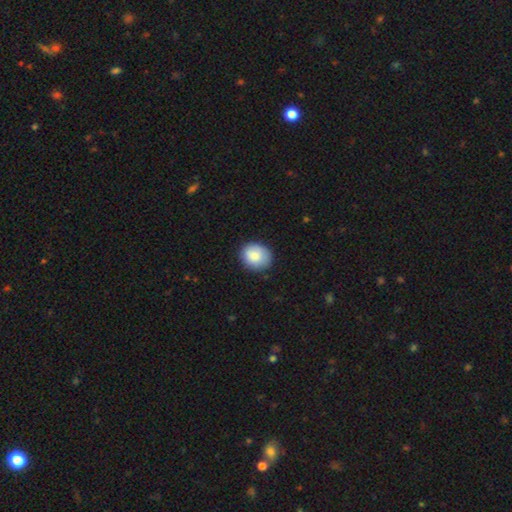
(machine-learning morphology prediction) A smooth galaxy with no disk features (85%) that is round (63%).

Vote fractions:
- Smooth or featured? smooth: 85% / featured or disk: 8% / star or artifact: 7%
- How rounded? round: 63% / in between: 36% / cigar-shaped: 1%
- Merging? none: 83% / minor disturbance: 14% / major disturbance: 3% / merger: 1%